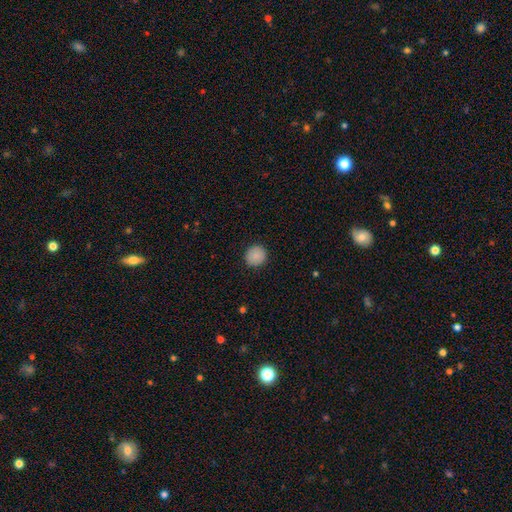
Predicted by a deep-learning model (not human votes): Morphology: type=smooth (88%); roundness=round (92%); merging=none (91%).